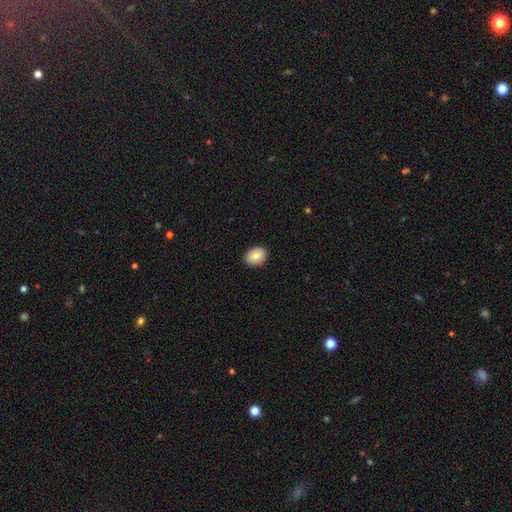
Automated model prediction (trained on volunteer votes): A smooth galaxy with no disk features (82%) that is in between round and cigar-shaped (67%). Merging: none (90%).